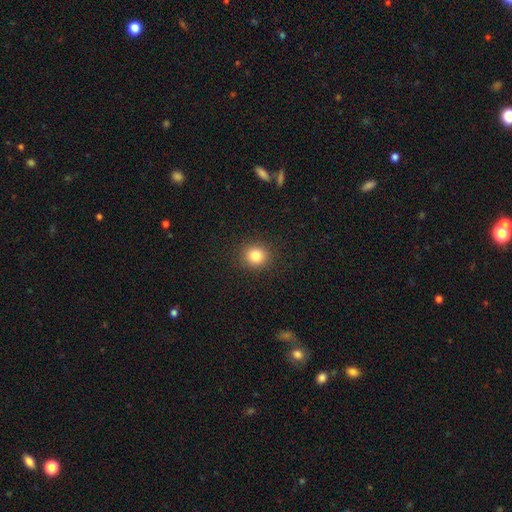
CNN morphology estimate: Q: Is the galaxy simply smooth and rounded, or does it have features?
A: smooth — 83%.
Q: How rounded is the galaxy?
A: round — 85%.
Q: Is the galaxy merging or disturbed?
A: none — 91%.